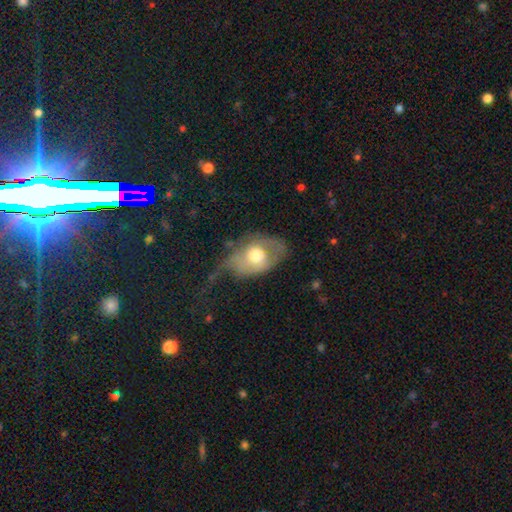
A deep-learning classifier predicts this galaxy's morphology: Smooth or featured? Predicted: smooth (p=0.55). How rounded? Predicted: in between (p=0.78). Merging? Predicted: major disturbance (p=0.44).